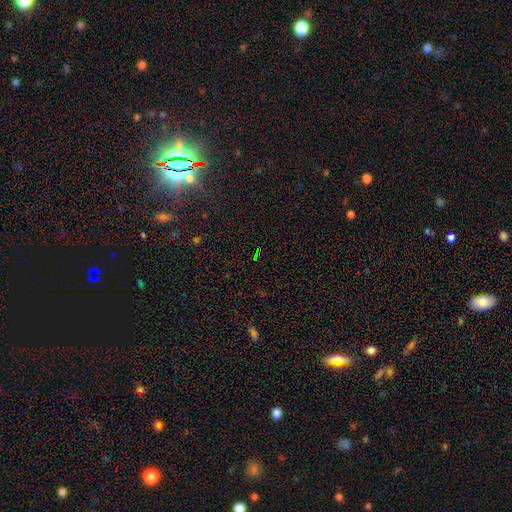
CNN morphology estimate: The model was most divided on "smooth or featured": star or artifact: 75%, smooth: 15%, featured or disk: 9%.